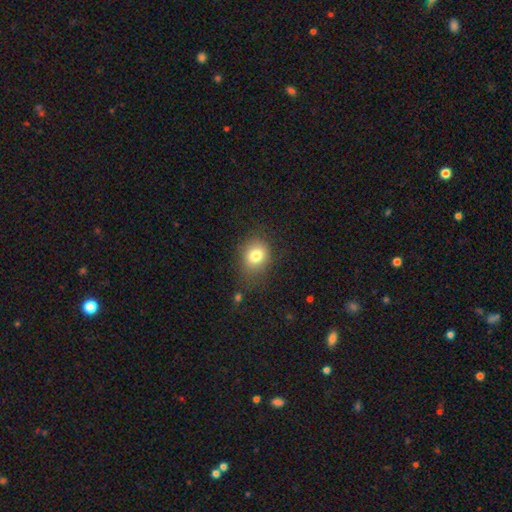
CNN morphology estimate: Smooth or featured?
  - smooth: 79% *
  - star or artifact: 11%
  - featured or disk: 10%
How rounded?
  - round: 55% *
  - in between: 44%
  - cigar-shaped: 1%
Merging?
  - none: 72% *
  - minor disturbance: 19%
  - major disturbance: 7%
  - merger: 2%